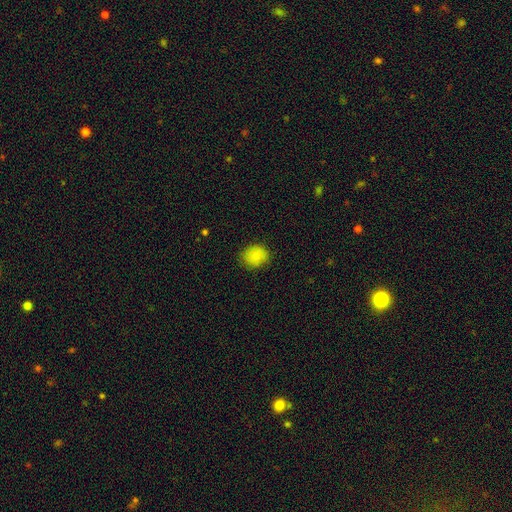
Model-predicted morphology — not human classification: This appears to be a smooth galaxy with no disk features (84%) that is round (71%). Merging: none (82%).